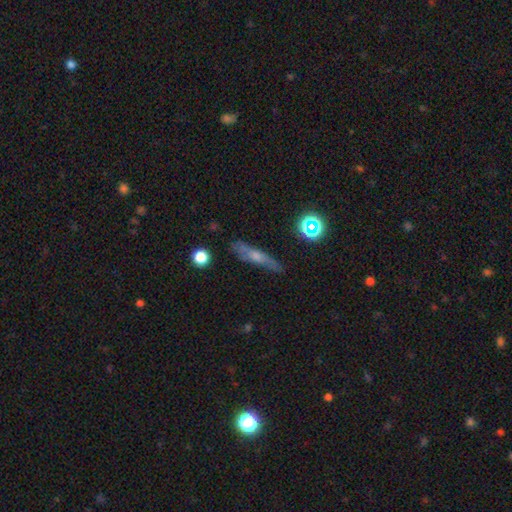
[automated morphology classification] smooth-or-featured: featured or disk: 47% | smooth: 41% | star or artifact: 12%
  merging: none: 78% | minor disturbance: 16% | major disturbance: 4% | merger: 2%